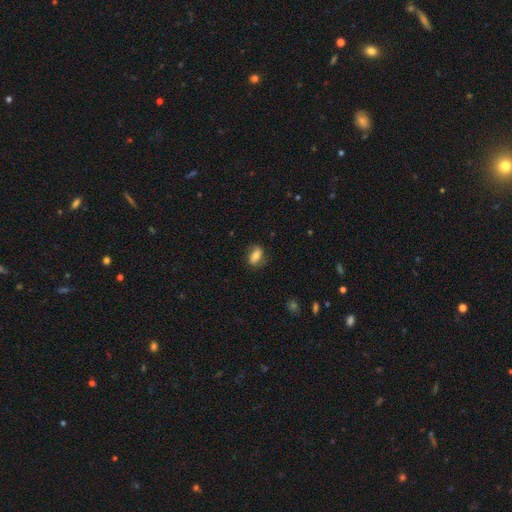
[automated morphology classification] A smooth galaxy with no disk features (64%) that is in between round and cigar-shaped (82%). Merging: none (76%).